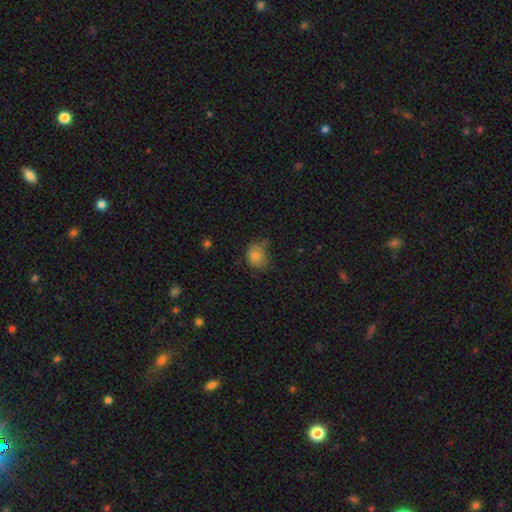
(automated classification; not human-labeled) The model was most divided on "how rounded": round: 54%, in between: 45%, cigar-shaped: 1%. More confident: smooth or featured — smooth (77%); merging — none (53%).